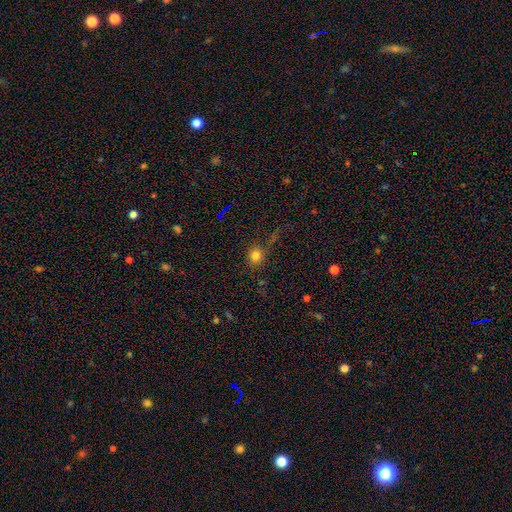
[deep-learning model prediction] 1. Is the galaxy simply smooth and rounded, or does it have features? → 76% smooth, 17% star or artifact, 7% featured or disk.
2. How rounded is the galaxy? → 84% round, 14% in between, 1% cigar-shaped.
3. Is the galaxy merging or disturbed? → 74% none, 13% minor disturbance, 7% major disturbance, 5% merger.